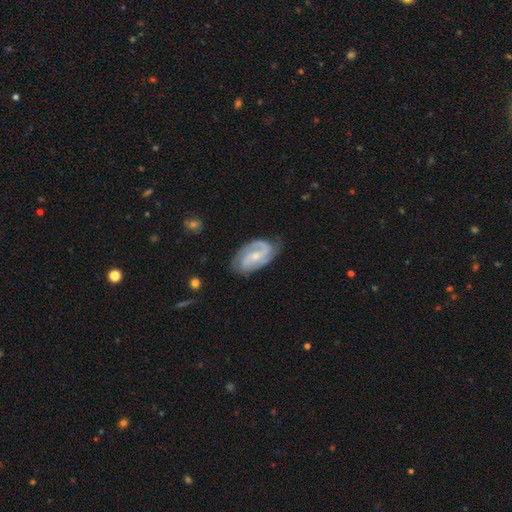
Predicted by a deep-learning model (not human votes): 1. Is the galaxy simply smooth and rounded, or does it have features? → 84% featured or disk, 11% smooth, 5% star or artifact.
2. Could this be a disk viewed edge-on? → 97% no, 3% yes.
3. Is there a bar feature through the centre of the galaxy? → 43% weak, 39% no, 17% strong.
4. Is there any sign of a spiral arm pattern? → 96% yes, 4% no.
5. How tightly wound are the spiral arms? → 46% medium, 37% tight, 17% loose.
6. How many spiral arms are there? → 79% 2, 7% can't tell, 6% 3, 4% 1, 1% 4, 1% more than 4.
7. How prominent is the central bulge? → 56% small, 38% moderate, 3% none, 2% large, 1% dominant.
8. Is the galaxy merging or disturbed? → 73% none, 20% minor disturbance, 6% major disturbance, 1% merger.